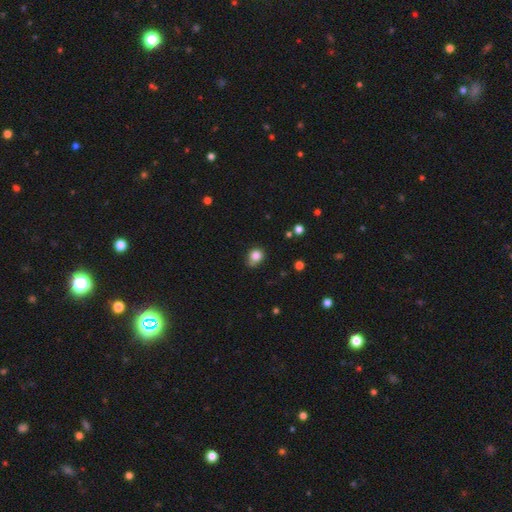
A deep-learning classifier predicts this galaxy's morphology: smooth-or-featured: smooth: 82% | star or artifact: 11% | featured or disk: 6%
  how-rounded: round: 73% | in between: 26% | cigar-shaped: 1%
  merging: none: 62% | minor disturbance: 27% | major disturbance: 6% | merger: 5%